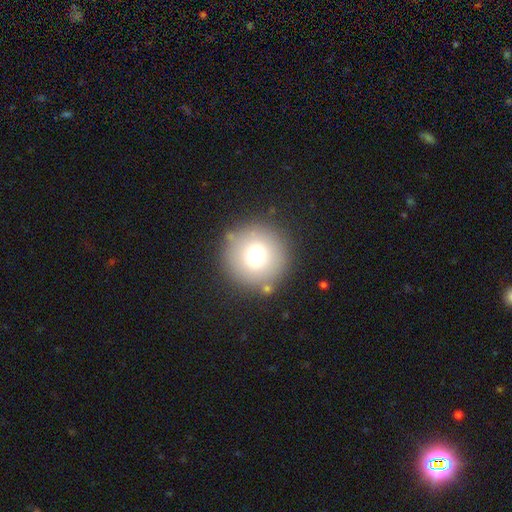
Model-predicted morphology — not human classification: Smooth or featured: smooth — 73% (featured or disk — 15%)
How rounded: round — 96% (in between — 3%)
Merging: none — 86% (minor disturbance — 8%)